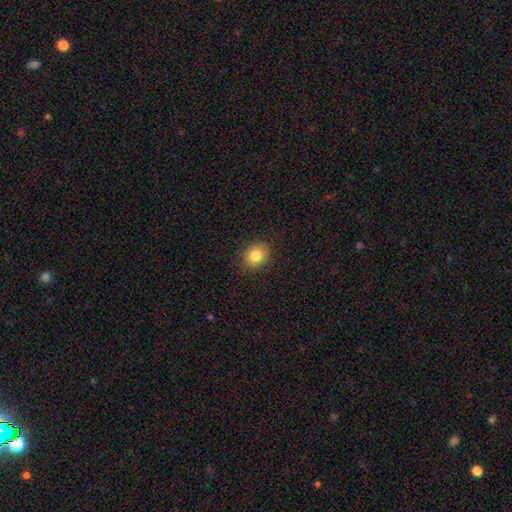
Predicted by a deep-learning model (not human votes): Smooth or featured? smooth (84%)
How rounded? round (60%)
Merging? none (88%)